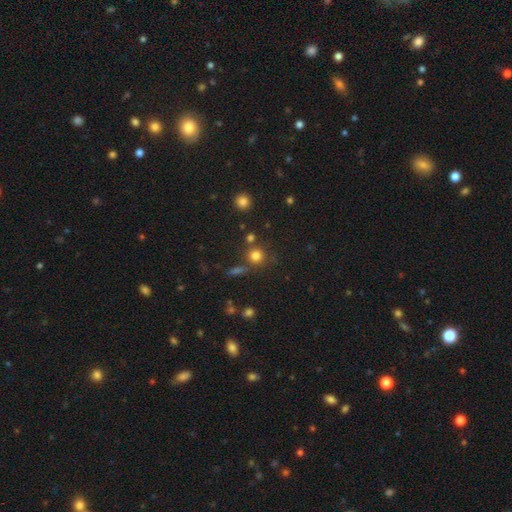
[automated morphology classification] smooth-or-featured: smooth: 78% | star or artifact: 16% | featured or disk: 6%
  how-rounded: round: 91% | in between: 8% | cigar-shaped: 1%
  merging: none: 76% | merger: 11% | minor disturbance: 9% | major disturbance: 4%